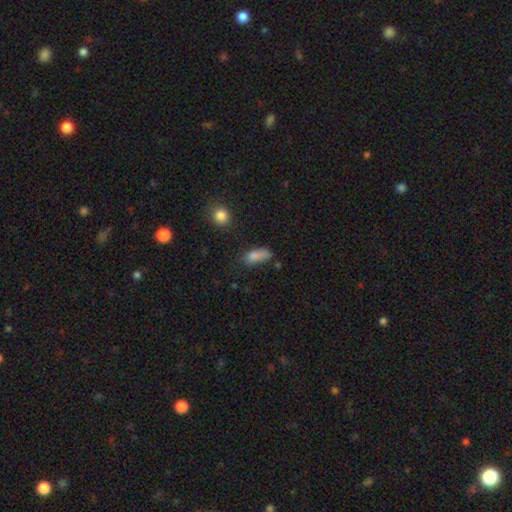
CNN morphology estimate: smooth_or_featured: smooth (p=0.80) [alt: star or artifact p=0.11]
how_rounded: in between (p=0.75) [alt: cigar-shaped p=0.20]
merging: none (p=0.44) [alt: minor disturbance p=0.31]